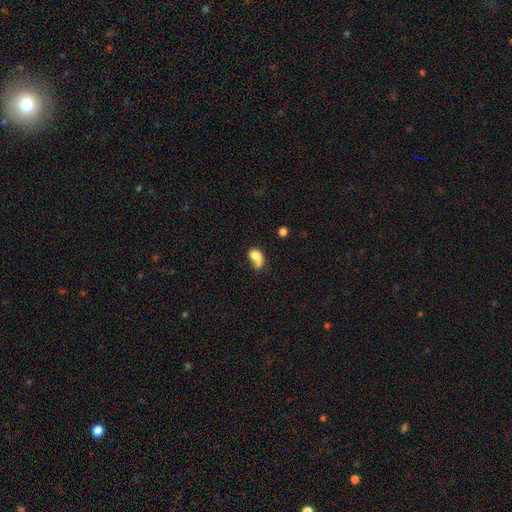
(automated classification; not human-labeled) This is likely a smooth galaxy (76%). How rounded: likely in between (77%). Merging: marginally merger (34%).